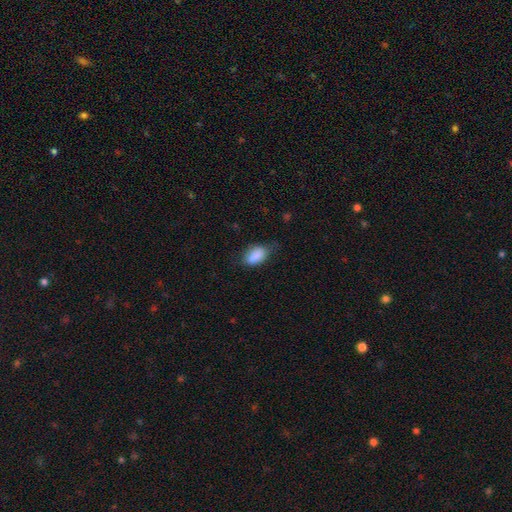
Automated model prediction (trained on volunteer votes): Q: Smooth or featured?
A: smooth (86%); runner-up: star or artifact (8%)
Q: How rounded?
A: in between (89%); runner-up: round (8%)
Q: Merging?
A: none (54%); runner-up: minor disturbance (35%)